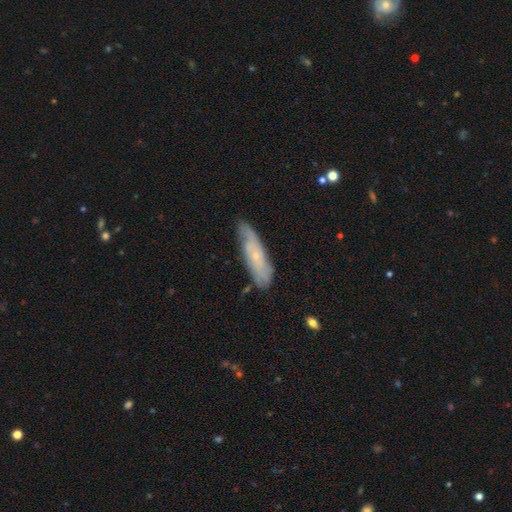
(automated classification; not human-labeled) featured or disk 50%, smooth 42%, star or artifact 8%. Down the decision tree: edge-on disk — no (68%); merging — none (72%).